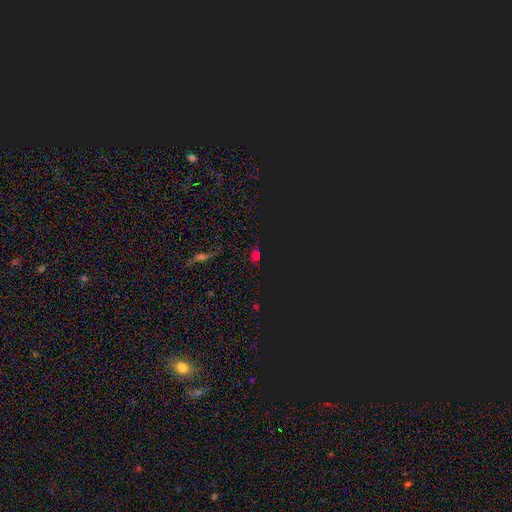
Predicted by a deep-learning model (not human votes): smooth_or_featured: star or artifact (p=0.61) [alt: smooth p=0.30]